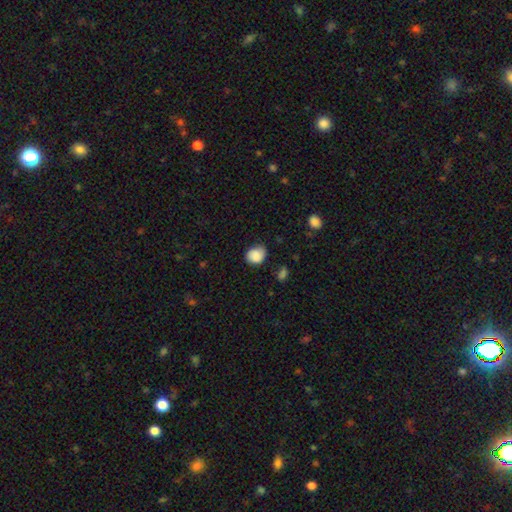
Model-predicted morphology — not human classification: smooth_or_featured: smooth (p=0.86) [alt: star or artifact p=0.08]
how_rounded: round (p=0.61) [alt: in between p=0.39]
merging: none (p=0.65) [alt: minor disturbance p=0.28]